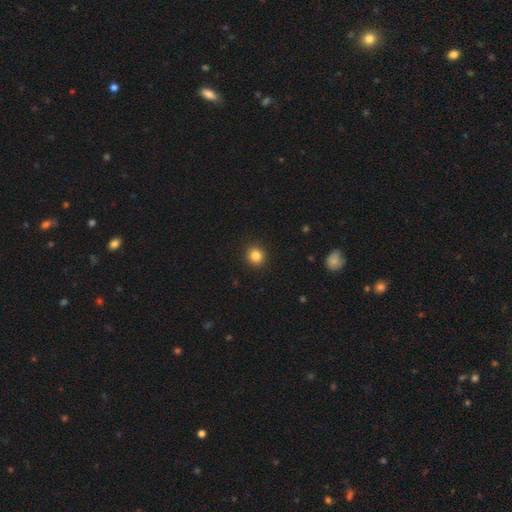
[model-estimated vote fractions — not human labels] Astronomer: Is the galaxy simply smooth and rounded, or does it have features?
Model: smooth — 84%.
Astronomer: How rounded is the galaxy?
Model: round — 91%.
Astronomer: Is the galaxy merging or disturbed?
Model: none — 92%.